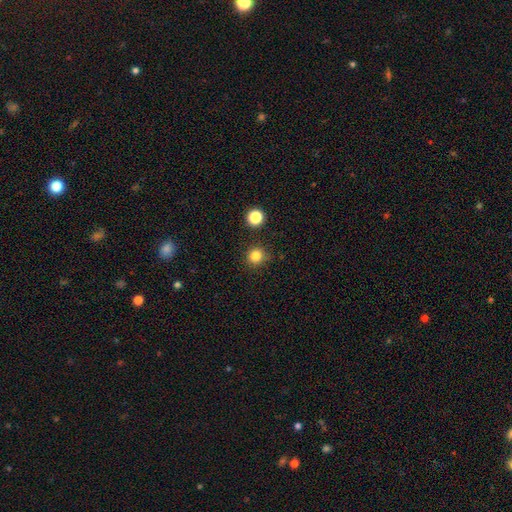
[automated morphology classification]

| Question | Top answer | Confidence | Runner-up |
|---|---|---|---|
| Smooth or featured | smooth | 83% | star or artifact (13%) |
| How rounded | round | 91% | in between (8%) |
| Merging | none | 86% | minor disturbance (9%) |